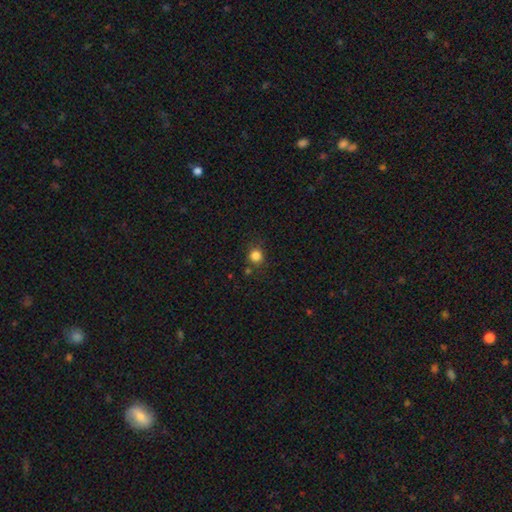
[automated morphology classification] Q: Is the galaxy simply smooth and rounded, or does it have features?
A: smooth — 83%.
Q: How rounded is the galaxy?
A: round — 89%.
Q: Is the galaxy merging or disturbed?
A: none — 78%.